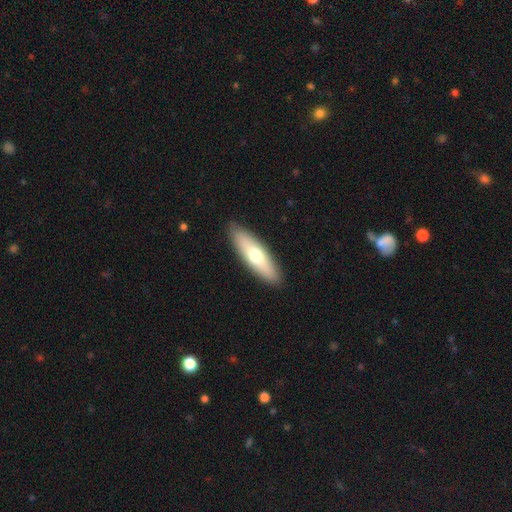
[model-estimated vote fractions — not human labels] Smooth or featured?
  - smooth: 63% *
  - featured or disk: 32%
  - star or artifact: 5%
How rounded?
  - cigar-shaped: 57% *
  - in between: 41%
  - round: 2%
Merging?
  - none: 89% *
  - minor disturbance: 8%
  - major disturbance: 2%
  - merger: 1%